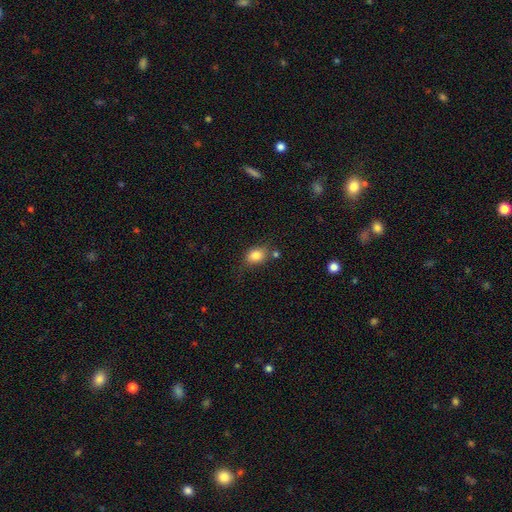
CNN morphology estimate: Smooth or featured? Predicted: smooth (p=0.83). How rounded? Predicted: in between (p=0.60). Merging? Predicted: none (p=0.66).